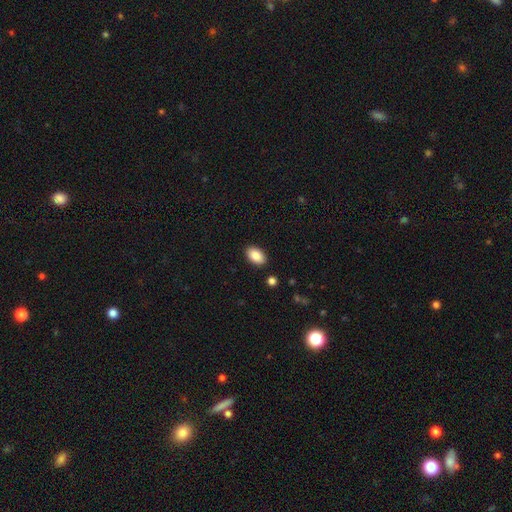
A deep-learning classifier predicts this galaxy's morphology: A smooth galaxy with no disk features (88%) that is in between round and cigar-shaped (93%).

Vote fractions:
- Smooth or featured? smooth: 88% / star or artifact: 7% / featured or disk: 5%
- How rounded? in between: 93% / round: 6% / cigar-shaped: 2%
- Merging? none: 89% / minor disturbance: 8% / major disturbance: 2% / merger: 2%